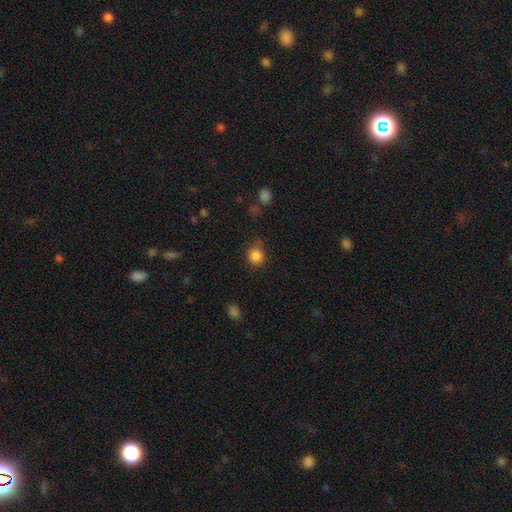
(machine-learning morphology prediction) Smooth or featured? smooth (85%)
How rounded? round (83%)
Merging? none (75%)